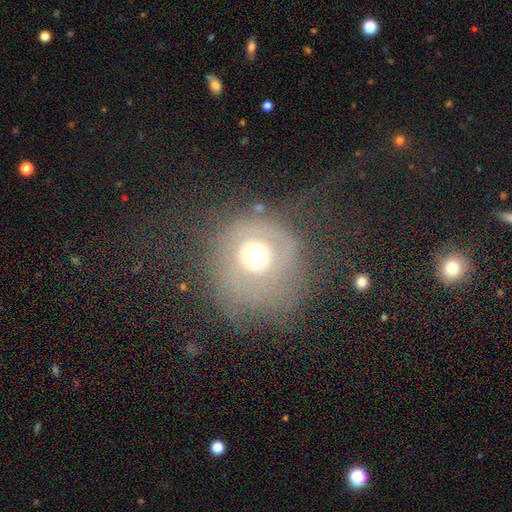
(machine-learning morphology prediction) This is marginally a smooth galaxy (45%). Merging: marginally none (38%, tied with major disturbance).